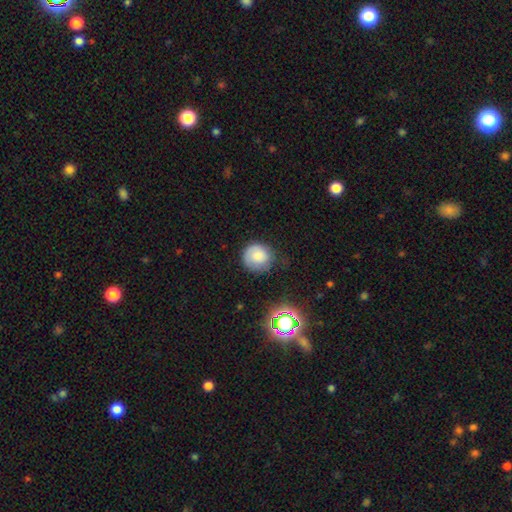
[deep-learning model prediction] This is likely a smooth galaxy (77%). How rounded: clearly round (90%). Merging: likely none (68%).